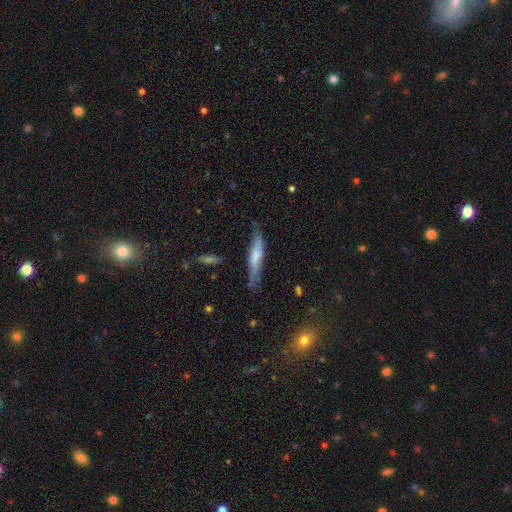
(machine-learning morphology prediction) Smooth or featured? Predicted: smooth (p=0.62). How rounded? Predicted: cigar-shaped (p=0.85). Merging? Predicted: none (p=0.70).